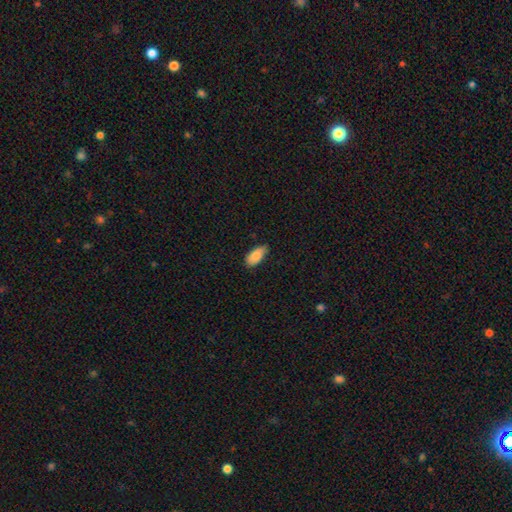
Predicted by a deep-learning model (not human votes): smooth_or_featured: smooth (p=0.86) [alt: featured or disk p=0.08]
how_rounded: in between (p=0.90) [alt: cigar-shaped p=0.08]
merging: none (p=0.71) [alt: minor disturbance p=0.24]